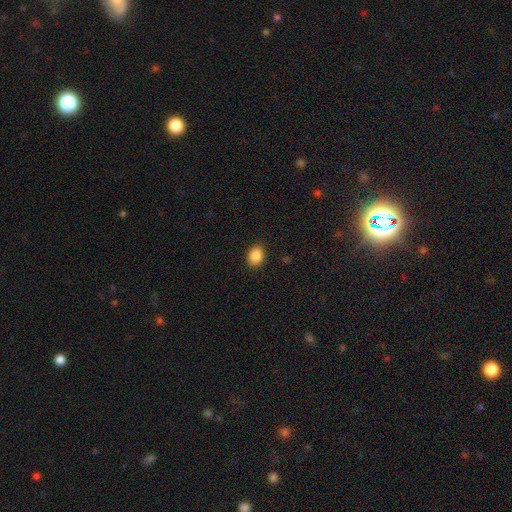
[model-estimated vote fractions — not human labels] Smooth or featured? Predicted: smooth (p=0.88). How rounded? Predicted: in between (p=0.62). Merging? Predicted: none (p=0.89).